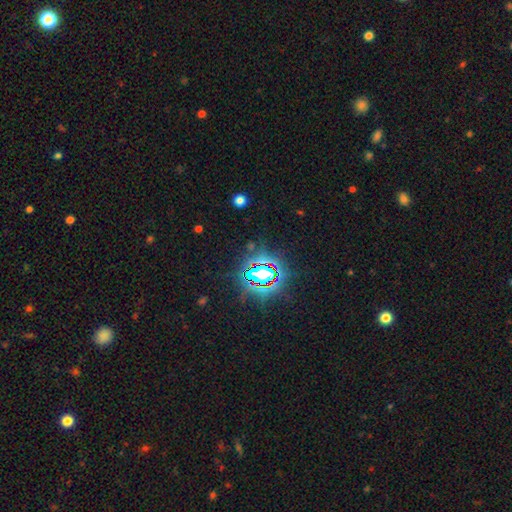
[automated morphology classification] Q: Smooth or featured?
A: star or artifact (82%); runner-up: smooth (11%)